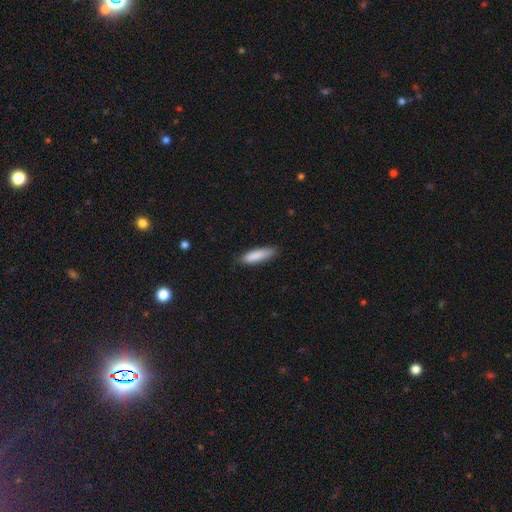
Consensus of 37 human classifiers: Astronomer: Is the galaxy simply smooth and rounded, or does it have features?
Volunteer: smooth — 95%.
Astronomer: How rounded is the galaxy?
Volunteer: cigar-shaped — 51% (runner-up: in between, 49%).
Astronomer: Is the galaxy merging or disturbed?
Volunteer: none — 84%.